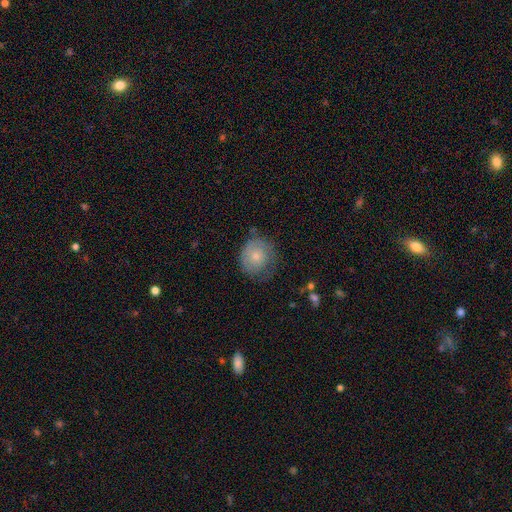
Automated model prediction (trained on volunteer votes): A smooth galaxy with no disk features (66%) that is round (75%).

Vote fractions:
- Smooth or featured? smooth: 66% / featured or disk: 27% / star or artifact: 7%
- How rounded? round: 75% / in between: 24% / cigar-shaped: 1%
- Merging? none: 57% / minor disturbance: 30% / major disturbance: 11% / merger: 2%